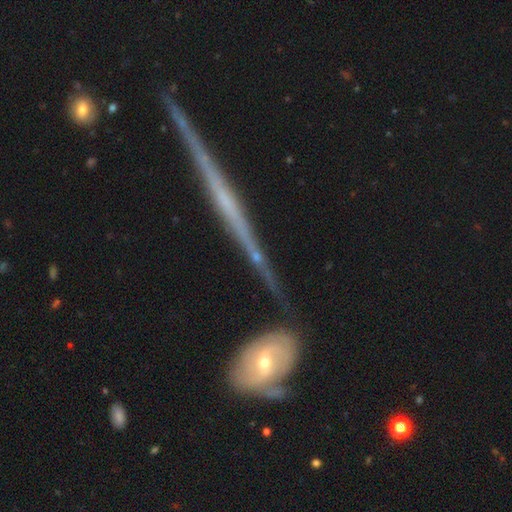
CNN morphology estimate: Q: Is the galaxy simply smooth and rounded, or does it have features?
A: featured or disk — 54%.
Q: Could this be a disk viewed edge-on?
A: yes — 86%.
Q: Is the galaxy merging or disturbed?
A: none — 73%.